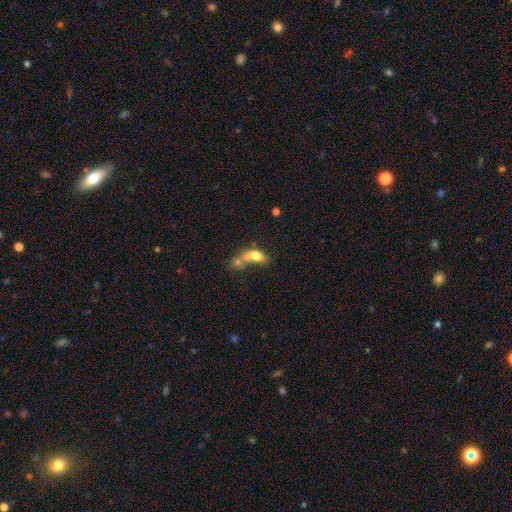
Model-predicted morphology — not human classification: Q: Smooth or featured?
A: smooth (70%); runner-up: featured or disk (20%)
Q: How rounded?
A: in between (73%); runner-up: round (19%)
Q: Merging?
A: merger (62%); runner-up: none (18%)